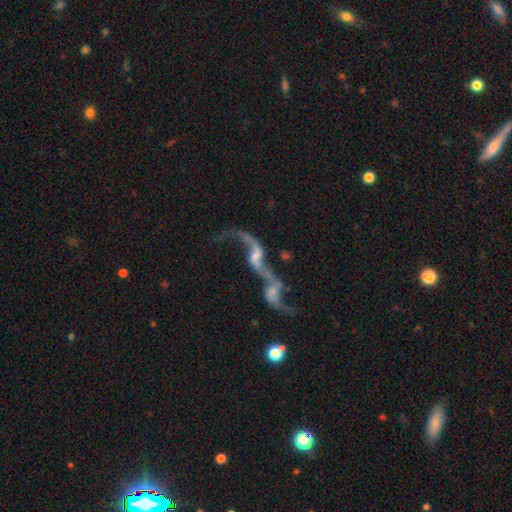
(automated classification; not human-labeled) A featured or disk galaxy (79%) with no bar (48%), 2 (80%) loose (92%) spiral arms (79%) and no central bulge (35%). Merging: merger (68%).